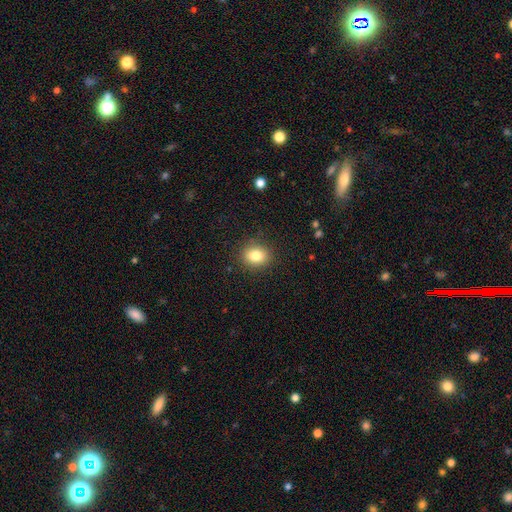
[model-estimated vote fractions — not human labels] Smooth or featured? Predicted: smooth (p=0.82). How rounded? Predicted: round (p=0.62). Merging? Predicted: none (p=0.87).